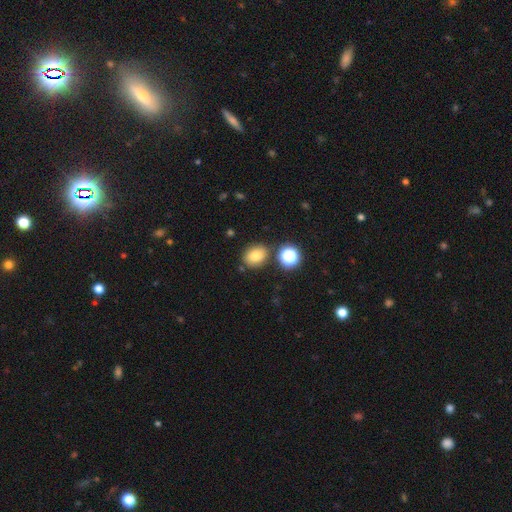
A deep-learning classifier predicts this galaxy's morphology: Overall: smooth (76%). How rounded: in between (52%; round 47%). Merging: none (78%).